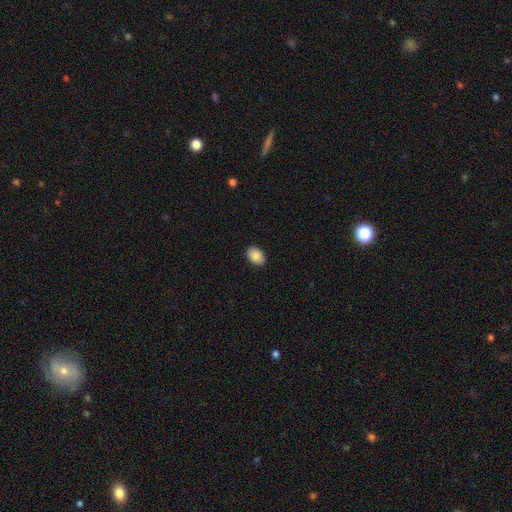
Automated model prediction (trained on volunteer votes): A smooth galaxy with no disk features (89%) that is in between round and cigar-shaped (84%).

Vote fractions:
- Smooth or featured? smooth: 89% / star or artifact: 7% / featured or disk: 4%
- How rounded? in between: 84% / round: 15% / cigar-shaped: 1%
- Merging? none: 90% / minor disturbance: 7% / major disturbance: 2% / merger: 1%